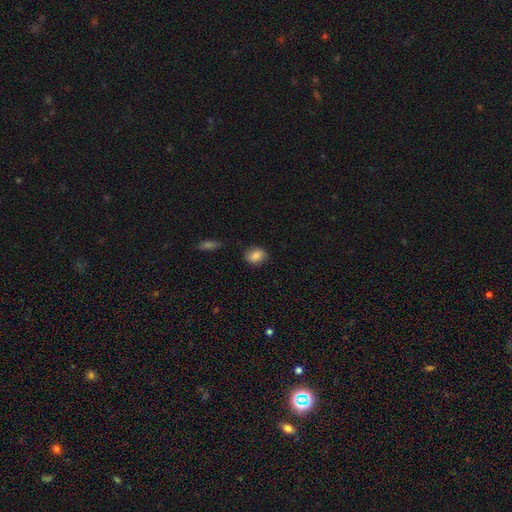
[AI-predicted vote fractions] Q: Smooth or featured?
A: smooth (85%); runner-up: star or artifact (8%)
Q: How rounded?
A: in between (66%); runner-up: round (33%)
Q: Merging?
A: none (84%); runner-up: minor disturbance (11%)